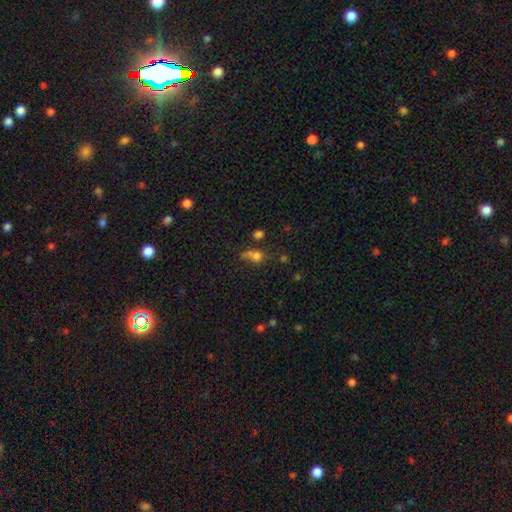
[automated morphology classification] Smooth or featured? smooth (66%)
How rounded? round (54%)
Merging? none (33%)